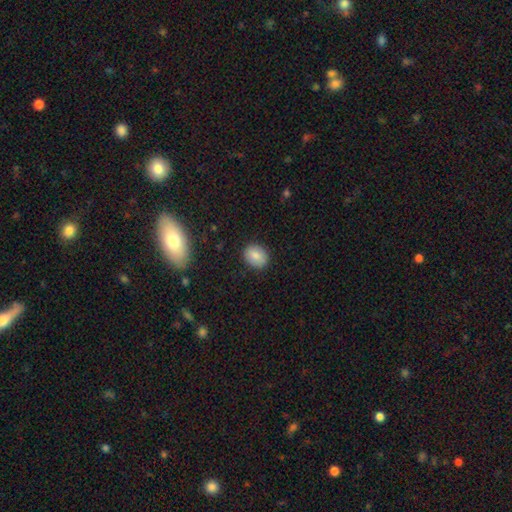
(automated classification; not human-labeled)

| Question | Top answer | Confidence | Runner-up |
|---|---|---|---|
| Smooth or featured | smooth | 83% | star or artifact (9%) |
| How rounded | round | 50% | in between (49%) |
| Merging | none | 88% | minor disturbance (9%) |